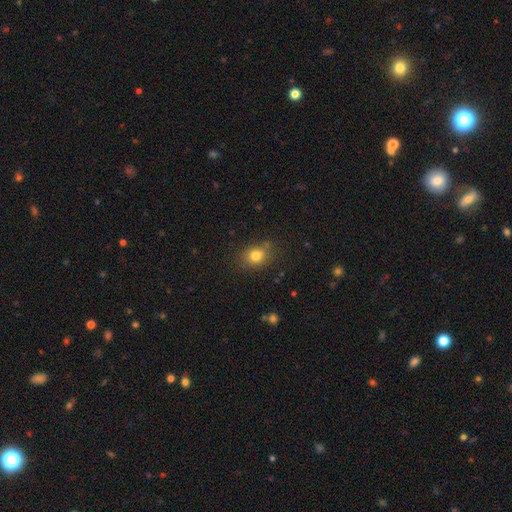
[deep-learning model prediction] Overall: smooth (78%). How rounded: round (55%; in between 44%). Merging: none (74%).